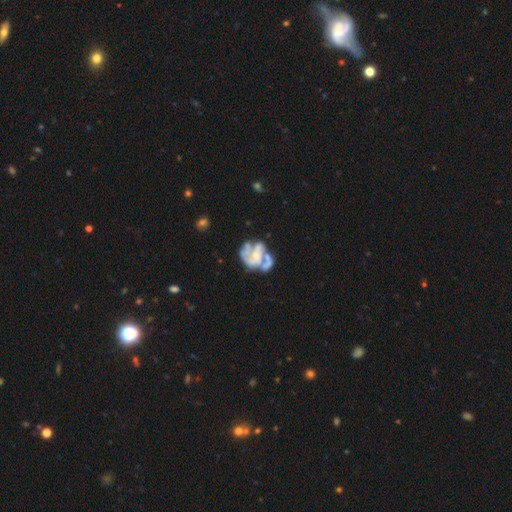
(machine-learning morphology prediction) The model was most divided on "spiral arm count": 3: 32%, can't tell: 25%, 2: 24%, 4: 10%, 1: 5%, more than 4: 4%. Remaining: edge-on disk — no (98%); smooth or featured — featured or disk (80%); spiral arms — yes (75%); bar — no (66%); bulge size — small (50%); spiral winding — medium (45%); merging — none (39%).